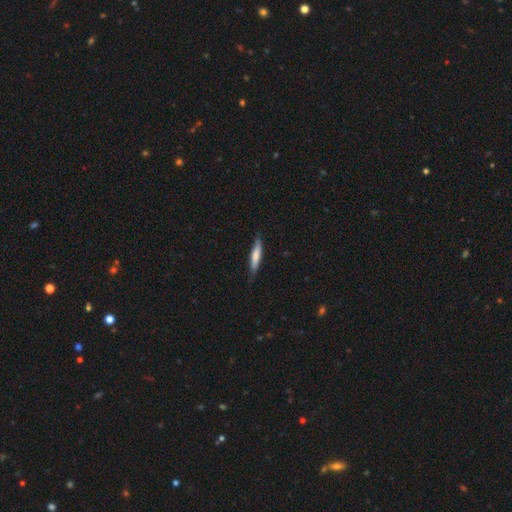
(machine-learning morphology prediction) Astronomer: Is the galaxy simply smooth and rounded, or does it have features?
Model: smooth — 68%.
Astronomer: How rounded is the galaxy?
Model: cigar-shaped — 86%.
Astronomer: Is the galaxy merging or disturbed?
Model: none — 80%.